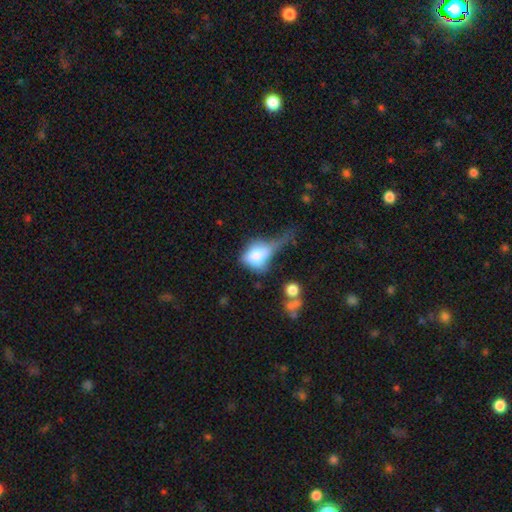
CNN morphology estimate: The model was most divided on "merging": major disturbance: 47%, minor disturbance: 23%, none: 17%, merger: 12%. More confident: smooth or featured — smooth (65%); how rounded — in between (62%).